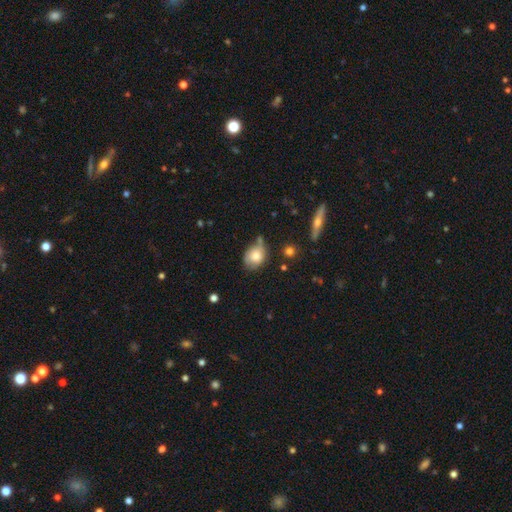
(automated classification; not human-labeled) A smooth galaxy with no disk features (73%) that is in between round and cigar-shaped (55%). Merging: none (50%).